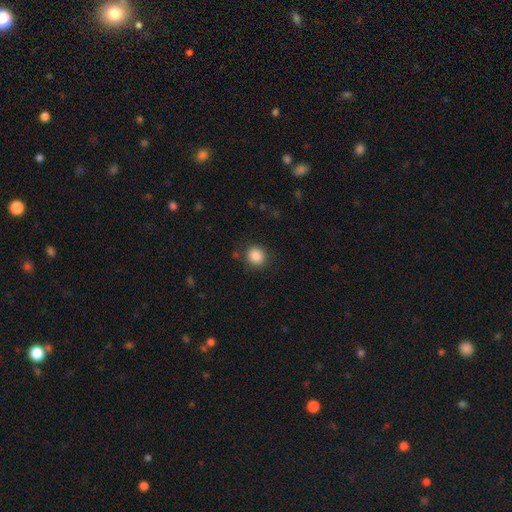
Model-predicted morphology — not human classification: A smooth galaxy with no disk features (87%) that is round (83%). Merging: none (83%).